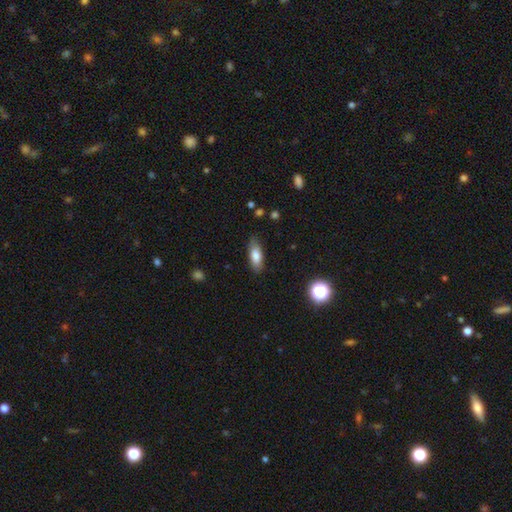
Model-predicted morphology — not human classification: A smooth galaxy with no disk features (79%) that is in between round and cigar-shaped (73%).

Vote fractions:
- Smooth or featured? smooth: 79% / featured or disk: 13% / star or artifact: 8%
- How rounded? in between: 73% / cigar-shaped: 24% / round: 3%
- Merging? none: 82% / minor disturbance: 13% / major disturbance: 3% / merger: 1%